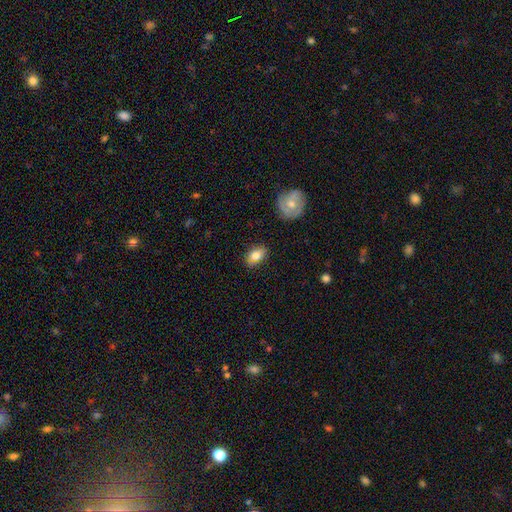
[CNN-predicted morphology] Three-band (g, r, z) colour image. It shows a smooth galaxy with no disk features (78%) that is in between round and cigar-shaped (83%). Merging: none (82%).